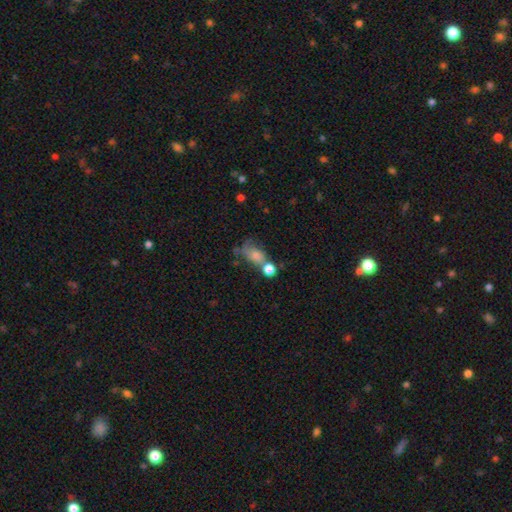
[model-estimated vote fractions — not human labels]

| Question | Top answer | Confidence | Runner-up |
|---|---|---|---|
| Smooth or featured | smooth | 70% | featured or disk (18%) |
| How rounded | in between | 70% | round (26%) |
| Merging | merger | 37% | none (27%) |